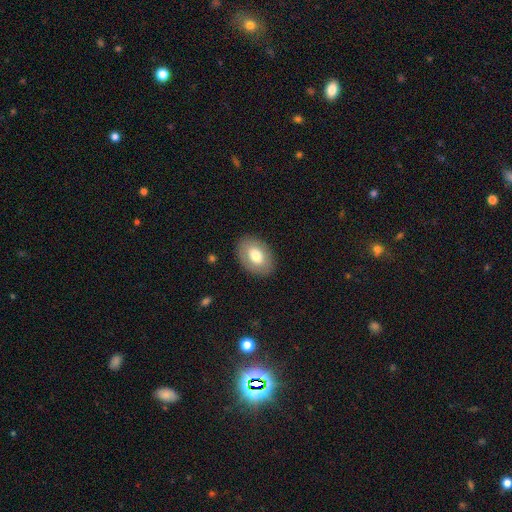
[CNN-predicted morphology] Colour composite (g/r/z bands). It shows a smooth galaxy with no disk features (72%) that is in between round and cigar-shaped (84%). Merging: none (87%).